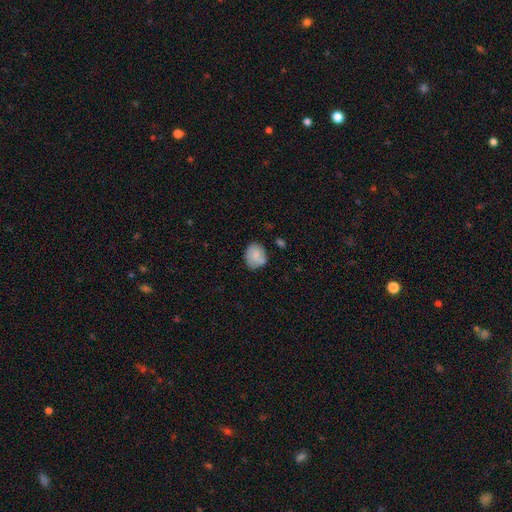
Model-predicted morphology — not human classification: Smooth or featured?
  - smooth: 73% *
  - featured or disk: 19%
  - star or artifact: 8%
How rounded?
  - round: 57% *
  - in between: 42%
  - cigar-shaped: 1%
Merging?
  - none: 63% *
  - minor disturbance: 25%
  - major disturbance: 6%
  - merger: 5%